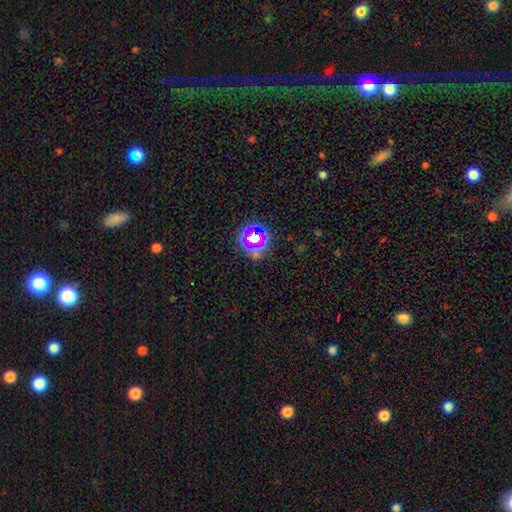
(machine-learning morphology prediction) star or artifact 60%, smooth 27%, featured or disk 13%.